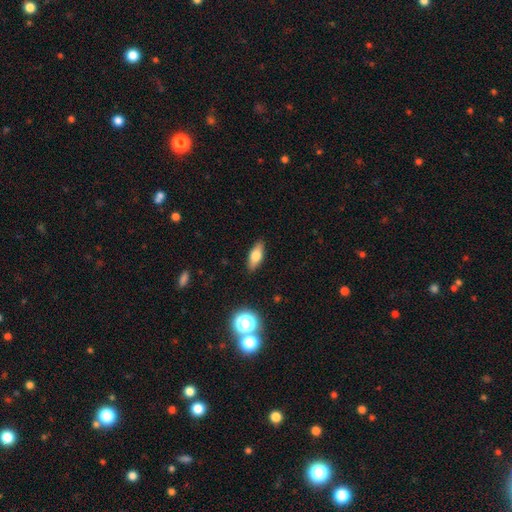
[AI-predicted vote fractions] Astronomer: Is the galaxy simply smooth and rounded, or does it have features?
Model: smooth — 70%.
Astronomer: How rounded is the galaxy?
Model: in between — 71%.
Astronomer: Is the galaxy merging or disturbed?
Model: none — 88%.